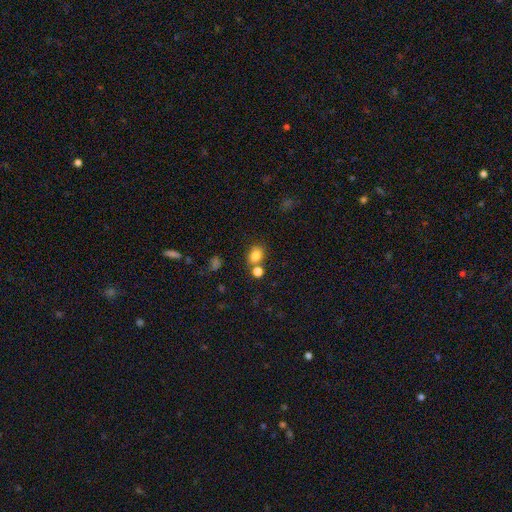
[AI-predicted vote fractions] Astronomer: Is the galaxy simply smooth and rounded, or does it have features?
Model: smooth — 82%.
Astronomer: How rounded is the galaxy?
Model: round — 52% (runner-up: in between, 47%).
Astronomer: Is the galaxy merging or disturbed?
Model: none — 63%.